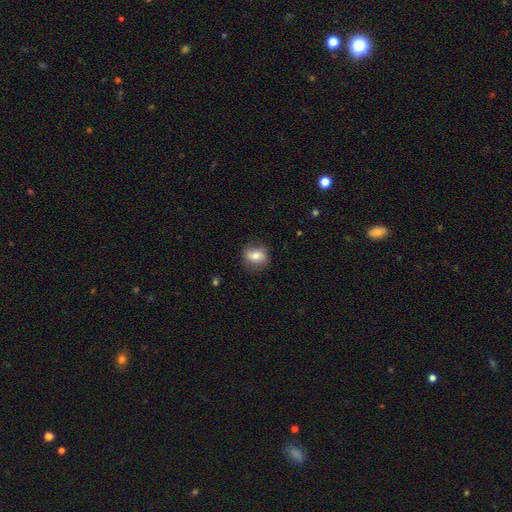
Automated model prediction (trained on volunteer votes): The model was most divided on "how rounded": in between: 51%, round: 47%, cigar-shaped: 2%. More confident: merging — none (78%); smooth or featured — smooth (68%).